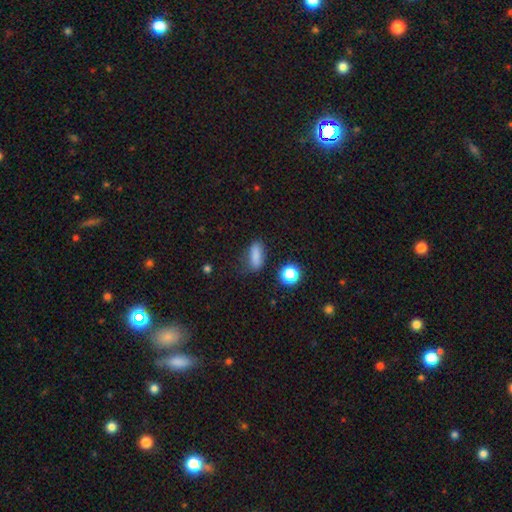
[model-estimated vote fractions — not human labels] The model was most divided on "merging": none: 65%, minor disturbance: 23%, major disturbance: 8%, merger: 4%. More confident: smooth or featured — smooth (81%); how rounded — in between (72%).